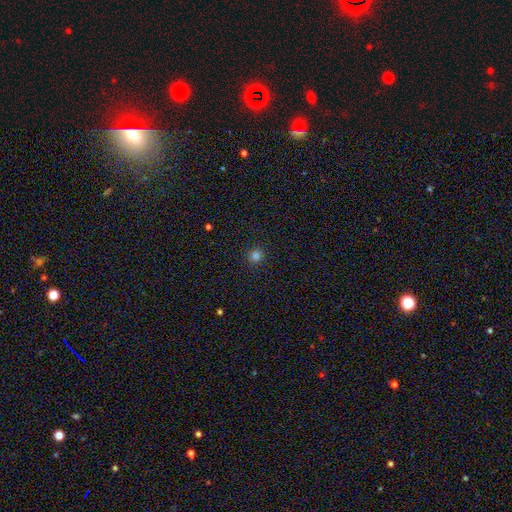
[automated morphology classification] Smooth or featured: smooth — 81% (star or artifact — 15%)
How rounded: round — 93% (in between — 6%)
Merging: none — 91% (minor disturbance — 6%)